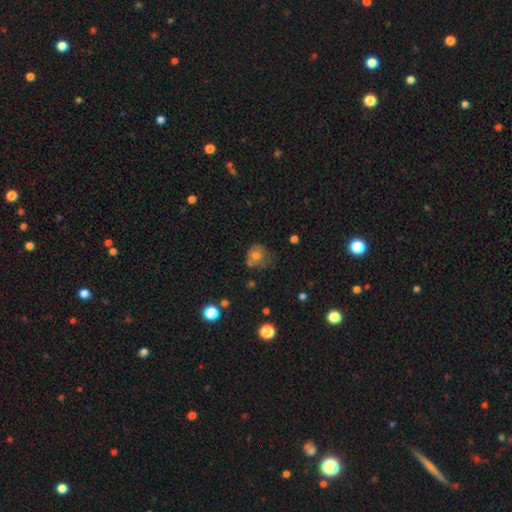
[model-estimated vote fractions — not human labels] Smooth or featured? smooth (65%)
How rounded? round (78%)
Merging? none (50%)